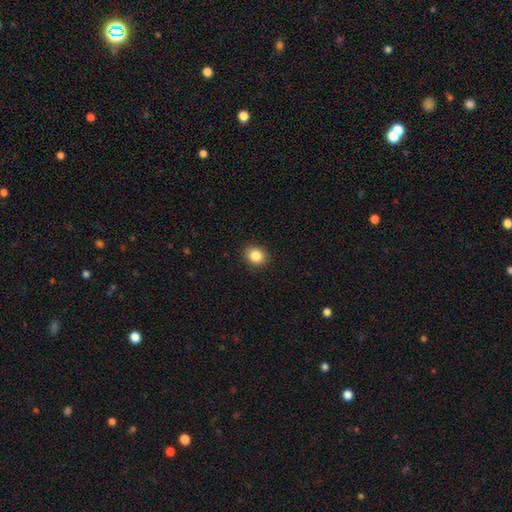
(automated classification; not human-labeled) The model was most divided on "how rounded": round: 70%, in between: 29%, cigar-shaped: 1%. More confident: merging — none (90%); smooth or featured — smooth (86%).